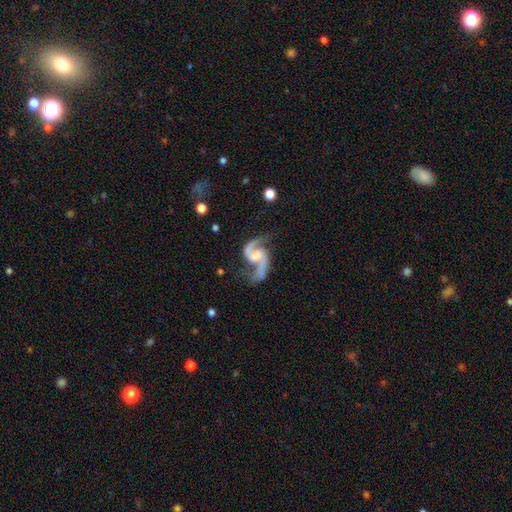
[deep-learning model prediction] This is clearly a featured or disk galaxy (92%). It is clearly not viewed edge-on (98%). Bar: possibly weak (48%). Spiral arm pattern: clearly yes (98%). Spiral arm count: clearly 2 (94%). Spiral winding: possibly loose (53%). Central bulge: marginally moderate (42%). Merging: likely none (67%).